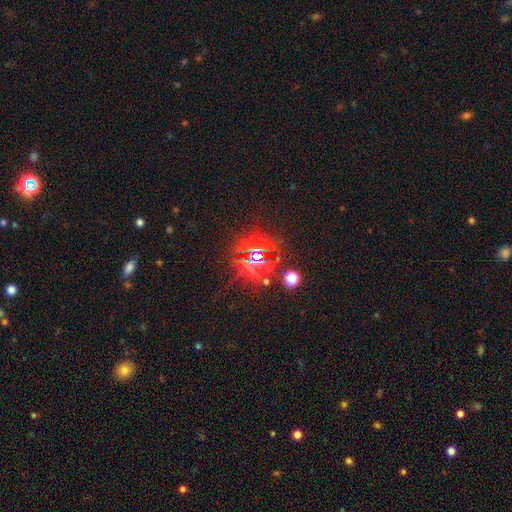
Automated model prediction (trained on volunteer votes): Morphology: type=star or artifact (77%).